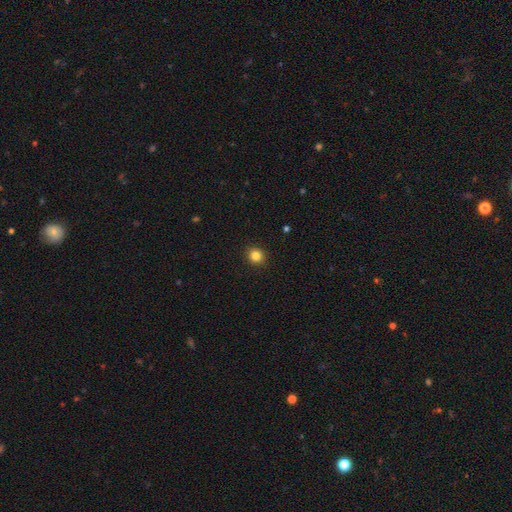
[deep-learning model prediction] smooth-or-featured: smooth: 83% | star or artifact: 12% | featured or disk: 5%
  how-rounded: round: 88% | in between: 11% | cigar-shaped: 1%
  merging: none: 93% | minor disturbance: 5% | major disturbance: 2% | merger: 1%